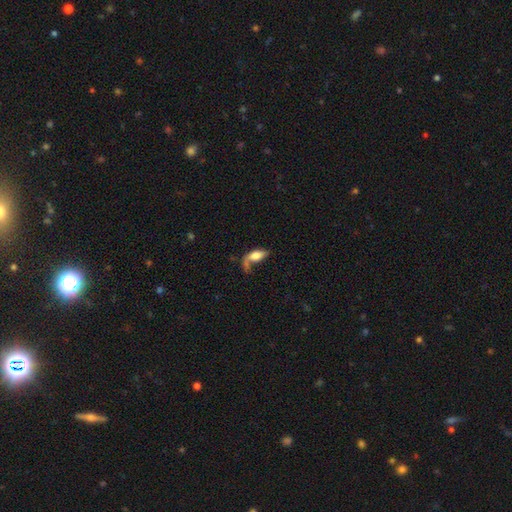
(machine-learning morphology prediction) A smooth galaxy with no disk features (61%) that is in between round and cigar-shaped (79%).

Vote fractions:
- Smooth or featured? smooth: 61% / featured or disk: 31% / star or artifact: 8%
- How rounded? in between: 79% / cigar-shaped: 16% / round: 5%
- Merging? none: 32% (tied) / major disturbance: 32% (tied) / minor disturbance: 19% / merger: 17%